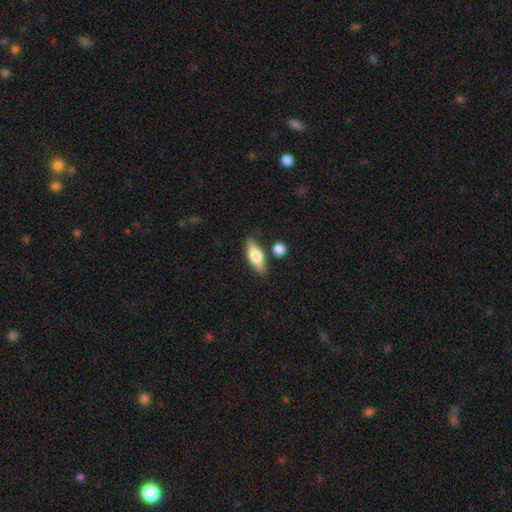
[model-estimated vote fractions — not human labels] Smooth or featured? smooth (67%)
How rounded? in between (67%)
Merging? none (78%)